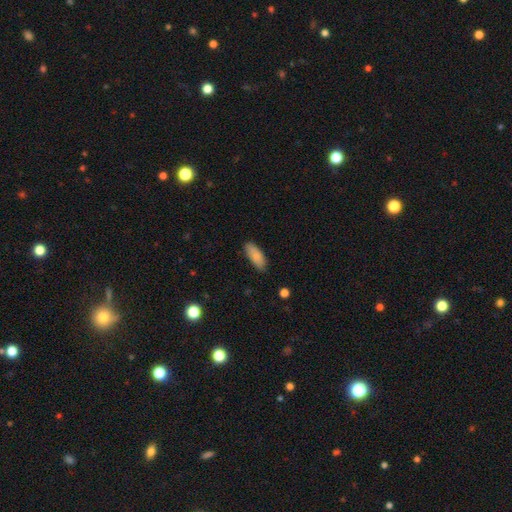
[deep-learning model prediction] The model was most divided on "how rounded": in between: 77%, cigar-shaped: 21%, round: 2%. More confident: smooth or featured — smooth (85%); merging — none (84%).